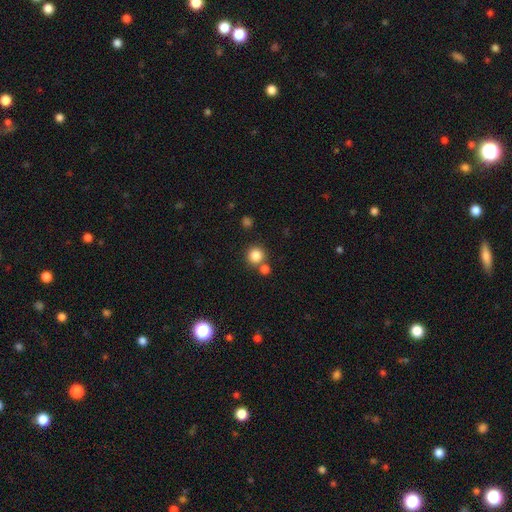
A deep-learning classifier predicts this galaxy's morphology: smooth-or-featured: smooth: 84% | star or artifact: 11% | featured or disk: 5%
  how-rounded: round: 94% | in between: 6% | cigar-shaped: 1%
  merging: none: 74% | merger: 16% | minor disturbance: 7% | major disturbance: 3%